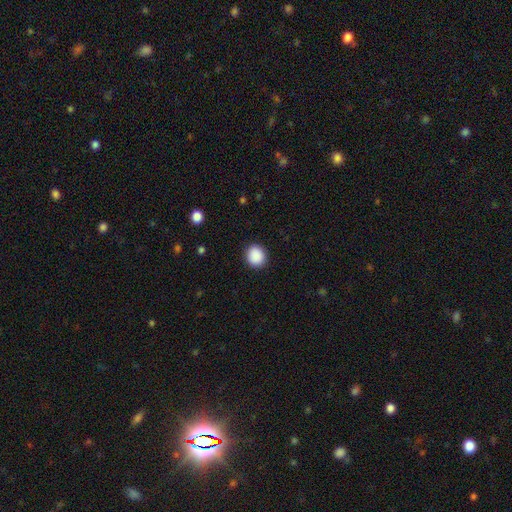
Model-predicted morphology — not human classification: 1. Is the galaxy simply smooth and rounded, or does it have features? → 89% smooth, 8% star or artifact, 2% featured or disk.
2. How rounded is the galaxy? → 80% round, 19% in between, 1% cigar-shaped.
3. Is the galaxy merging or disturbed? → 91% none, 6% minor disturbance, 2% major disturbance, 1% merger.